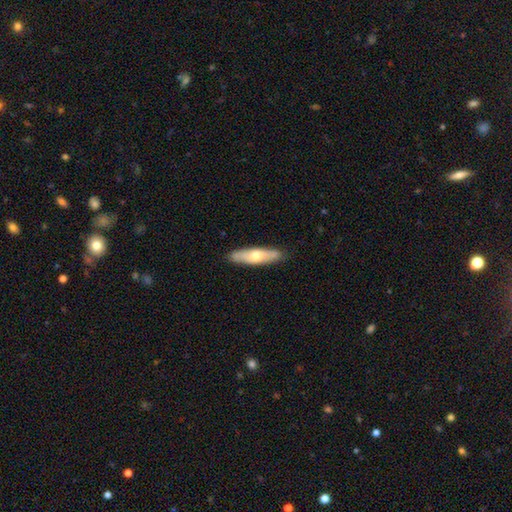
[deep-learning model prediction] A smooth galaxy with no disk features (56%) that is cigar-shaped (70%). Merging: none (87%).